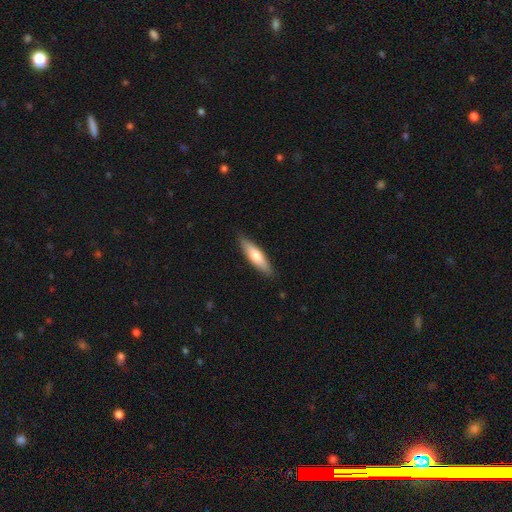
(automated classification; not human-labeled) Smooth or featured? Predicted: smooth (p=0.66). How rounded? Predicted: cigar-shaped (p=0.68). Merging? Predicted: none (p=0.88).